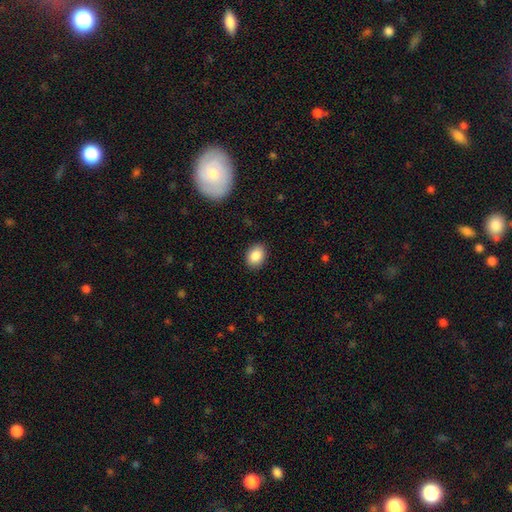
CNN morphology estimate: Q: Smooth or featured?
A: smooth (87%); runner-up: star or artifact (8%)
Q: How rounded?
A: in between (70%); runner-up: round (29%)
Q: Merging?
A: none (88%); runner-up: minor disturbance (9%)